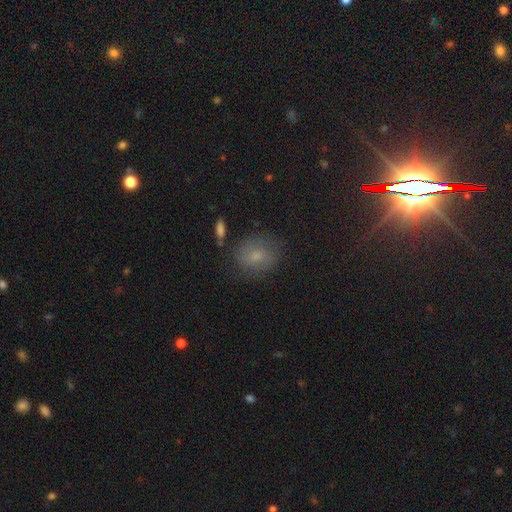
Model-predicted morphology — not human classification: Smooth or featured? smooth (63%)
How rounded? round (56%)
Merging? none (74%)